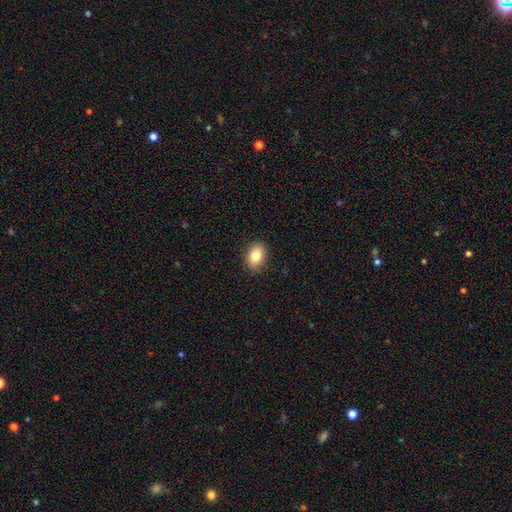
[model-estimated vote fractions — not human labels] Smooth or featured? Predicted: smooth (p=0.83). How rounded? Predicted: in between (p=0.78). Merging? Predicted: none (p=0.89).